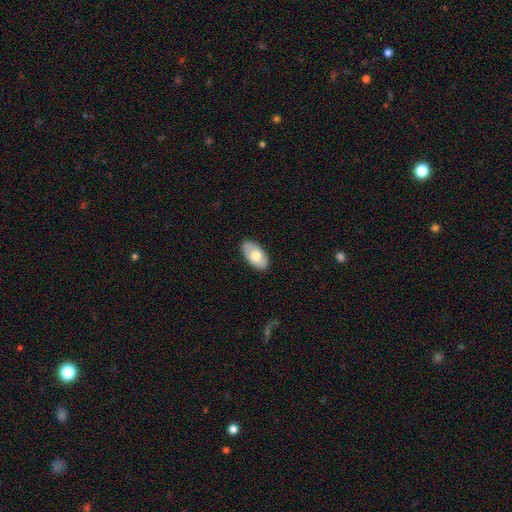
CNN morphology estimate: Smooth or featured: smooth — 62% (featured or disk — 32%)
How rounded: in between — 94% (round — 4%)
Merging: none — 85% (minor disturbance — 12%)